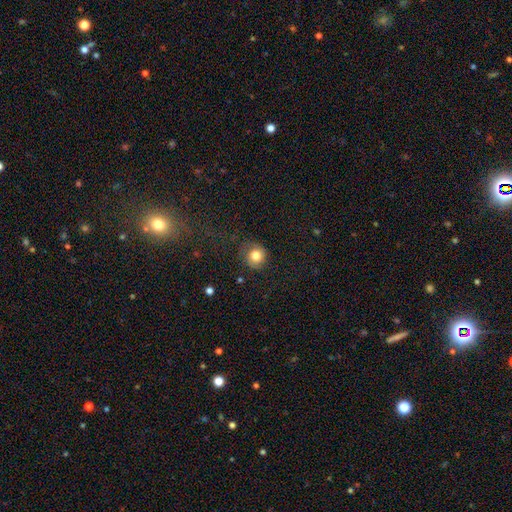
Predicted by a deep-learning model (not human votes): smooth 78%, featured or disk 11%, star or artifact 10%. Down the decision tree: how rounded — round (87%); merging — none (75%).